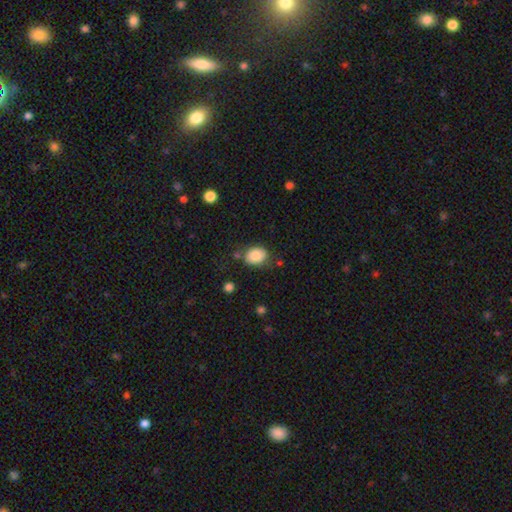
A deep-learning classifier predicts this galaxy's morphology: A smooth galaxy with no disk features (84%) that is in between round and cigar-shaped (57%). Merging: none (73%).